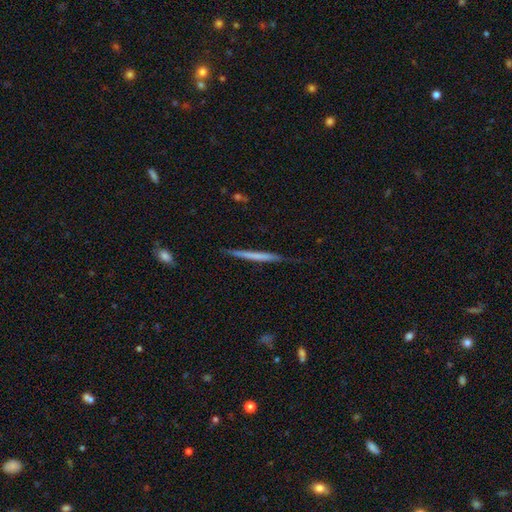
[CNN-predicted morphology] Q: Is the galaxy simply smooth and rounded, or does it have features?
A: smooth — 51%.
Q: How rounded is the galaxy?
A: cigar-shaped — 97%.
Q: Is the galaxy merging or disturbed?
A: none — 81%.